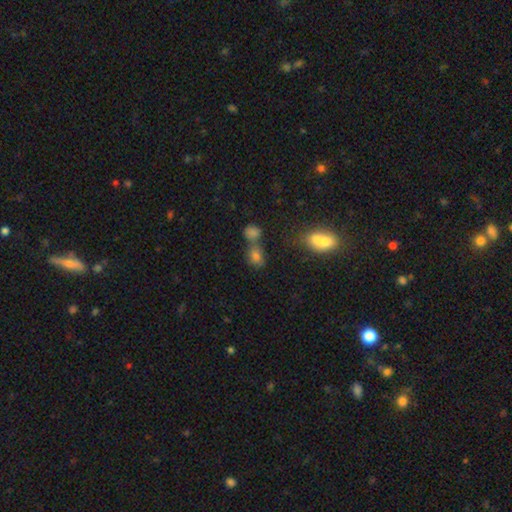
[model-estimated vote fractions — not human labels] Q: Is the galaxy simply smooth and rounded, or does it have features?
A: smooth — 72%.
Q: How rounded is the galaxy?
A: in between — 57%.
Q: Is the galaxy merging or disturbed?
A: none — 45%.